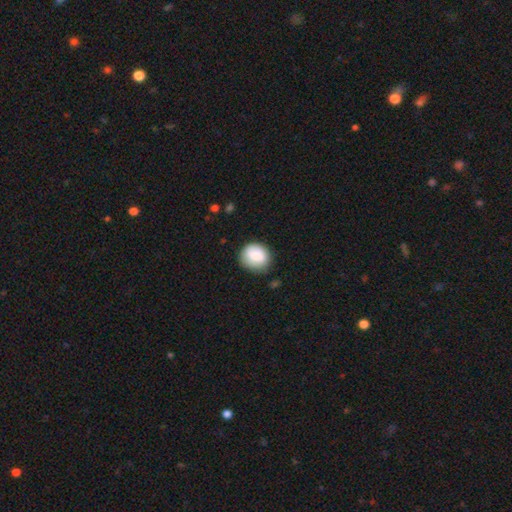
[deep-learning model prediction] smooth_or_featured: smooth (p=0.79) [alt: featured or disk p=0.14]
how_rounded: round (p=0.76) [alt: in between p=0.23]
merging: none (p=0.77) [alt: minor disturbance p=0.16]